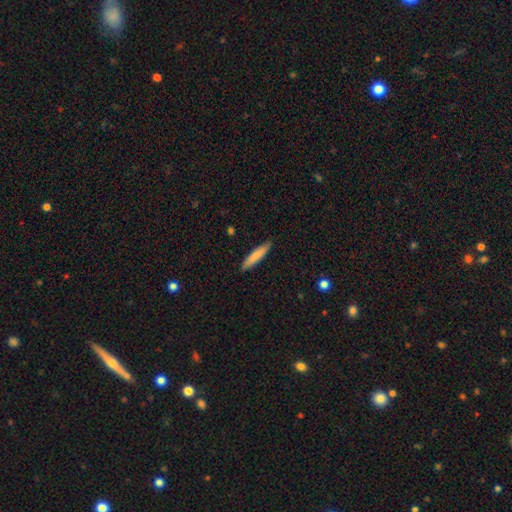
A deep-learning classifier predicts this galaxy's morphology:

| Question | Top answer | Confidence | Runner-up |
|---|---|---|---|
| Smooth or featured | smooth | 79% | featured or disk (15%) |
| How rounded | cigar-shaped | 88% | in between (11%) |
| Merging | none | 89% | minor disturbance (8%) |